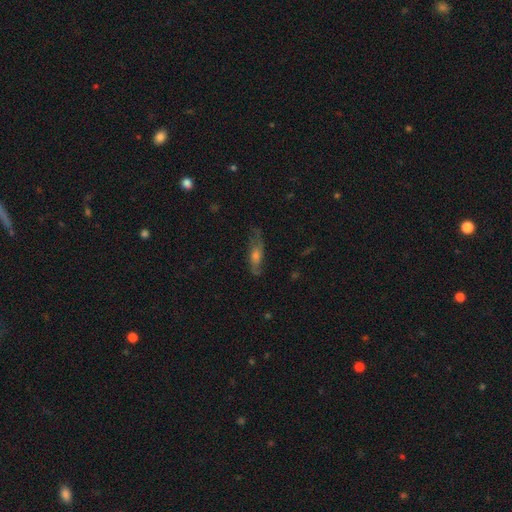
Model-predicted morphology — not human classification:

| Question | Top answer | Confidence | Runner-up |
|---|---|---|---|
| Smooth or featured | featured or disk | 56% | smooth (32%) |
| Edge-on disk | no | 66% | yes (34%) |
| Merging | none | 69% | minor disturbance (21%) |